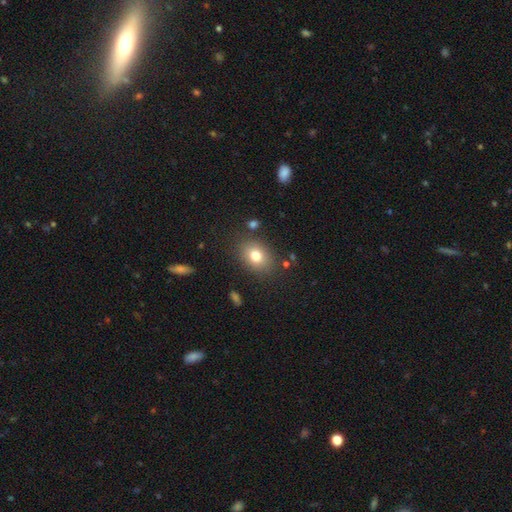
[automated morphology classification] The model was most divided on "how rounded": in between: 63%, round: 36%, cigar-shaped: 1%. More confident: merging — none (83%); smooth or featured — smooth (79%).